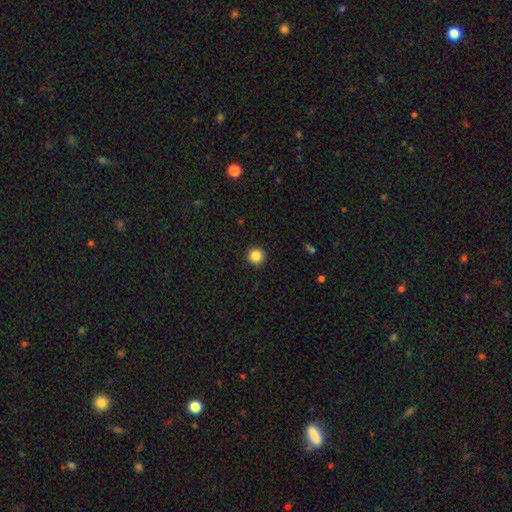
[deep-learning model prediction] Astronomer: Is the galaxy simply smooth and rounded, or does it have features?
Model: smooth — 86%.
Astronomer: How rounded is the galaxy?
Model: round — 96%.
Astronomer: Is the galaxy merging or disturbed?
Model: none — 93%.